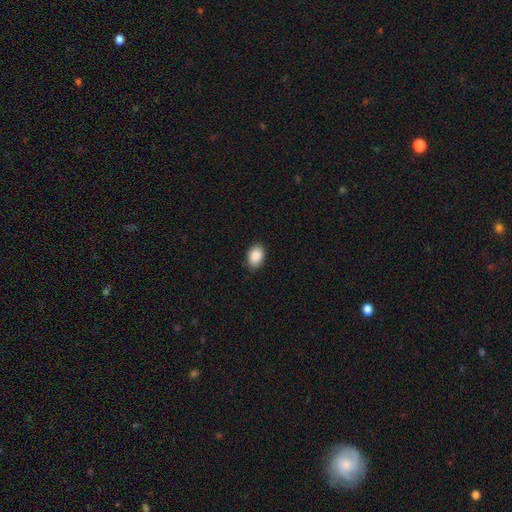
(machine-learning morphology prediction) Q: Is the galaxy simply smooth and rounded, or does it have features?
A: smooth — 90%.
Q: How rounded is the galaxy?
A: in between — 82%.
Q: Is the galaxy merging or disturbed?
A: none — 85%.